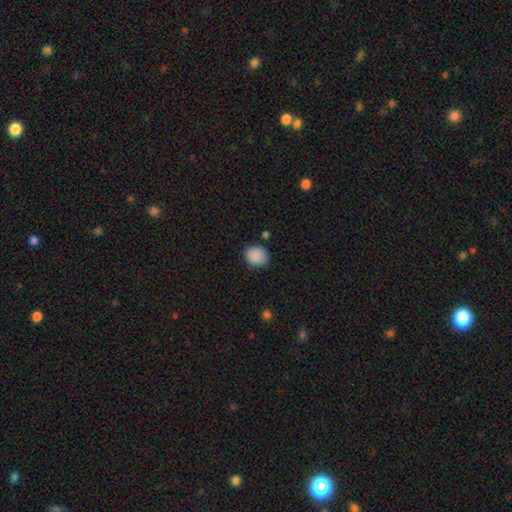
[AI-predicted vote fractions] Smooth or featured? Predicted: smooth (p=0.89). How rounded? Predicted: round (p=0.74). Merging? Predicted: none (p=0.82).